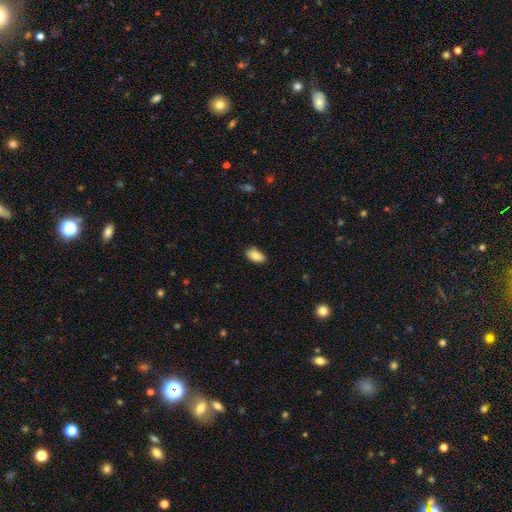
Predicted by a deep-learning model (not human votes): This is clearly a smooth galaxy (88%). How rounded: clearly in between (93%). Merging: clearly none (83%).